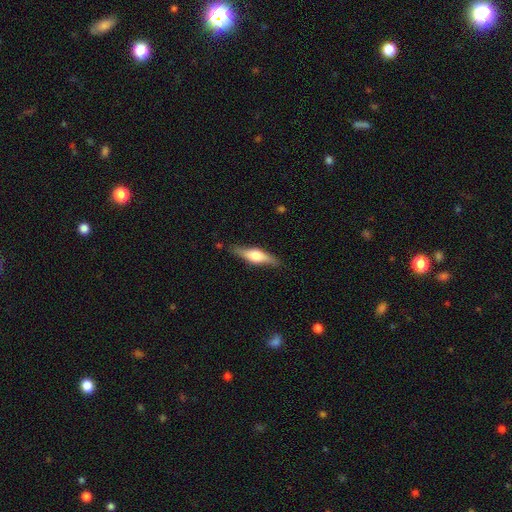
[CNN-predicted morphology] smooth-or-featured: featured or disk: 53% | smooth: 41% | star or artifact: 6%
  disk-edge-on: yes: 91% | no: 9%
  merging: none: 83% | minor disturbance: 13% | major disturbance: 3% | merger: 1%